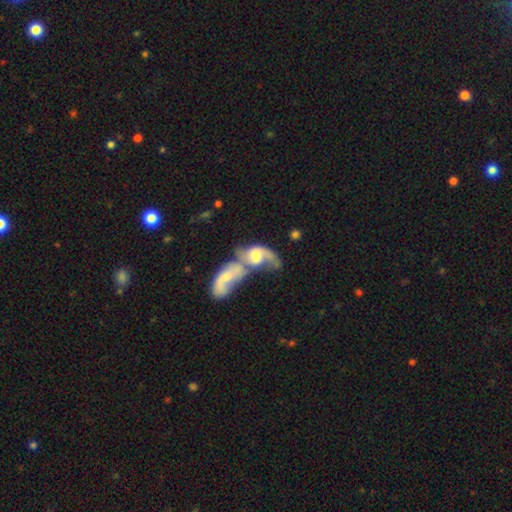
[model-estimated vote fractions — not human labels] Morphology: type=featured or disk (64%); edge-on=no (93%); bar=no (56%); spiral arms=yes (81%); bulge=moderate (55%); merging=merger (77%).